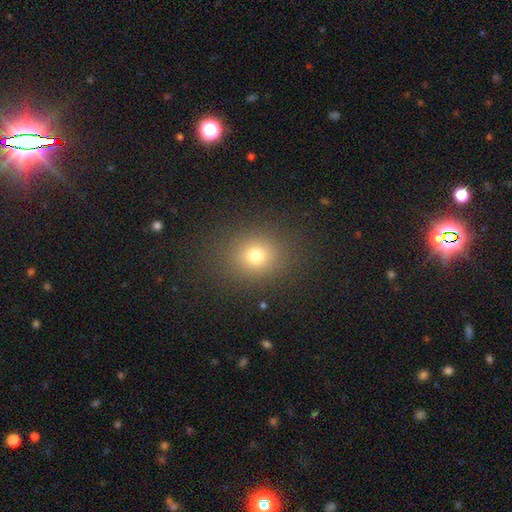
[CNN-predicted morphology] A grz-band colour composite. It shows a smooth galaxy with no disk features (75%) that is round (72%). Merging: none (87%).